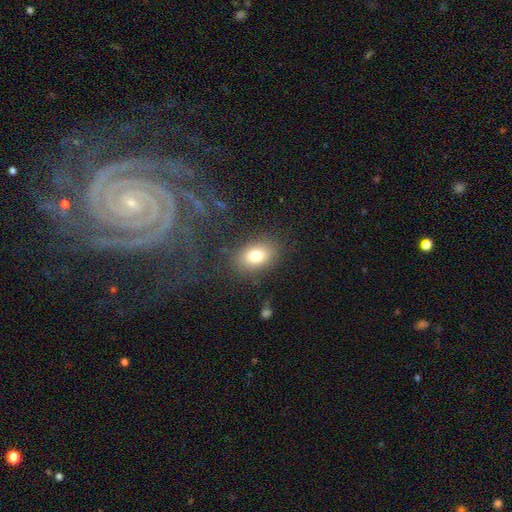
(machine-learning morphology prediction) type=smooth (79%); roundness=in between (77%); merging=none (81%).